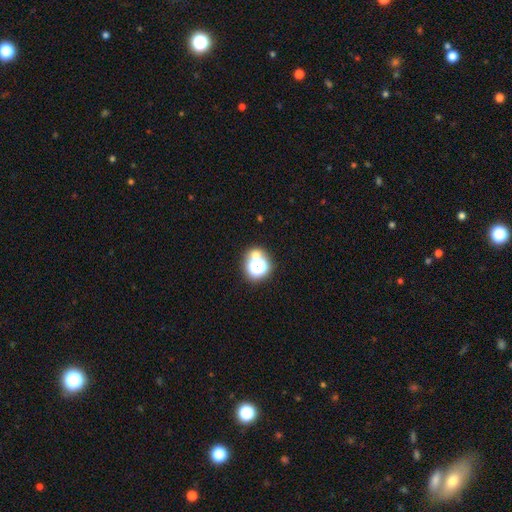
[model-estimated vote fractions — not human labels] Morphology: type=smooth (47%); merging=none (61%).